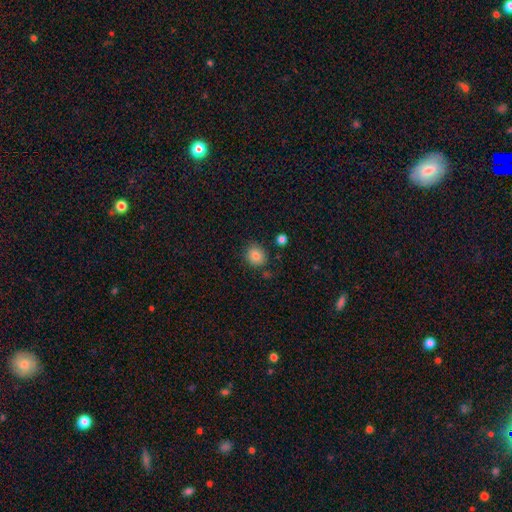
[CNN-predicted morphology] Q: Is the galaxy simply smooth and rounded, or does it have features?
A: smooth — 83%.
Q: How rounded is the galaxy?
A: round — 79%.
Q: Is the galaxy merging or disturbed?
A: none — 81%.